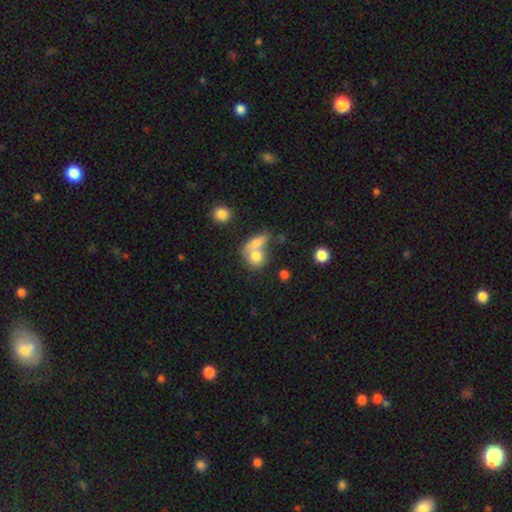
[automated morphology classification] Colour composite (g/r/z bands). It shows a smooth galaxy with no disk features (77%) that is round (56%). Merging: merger (58%).